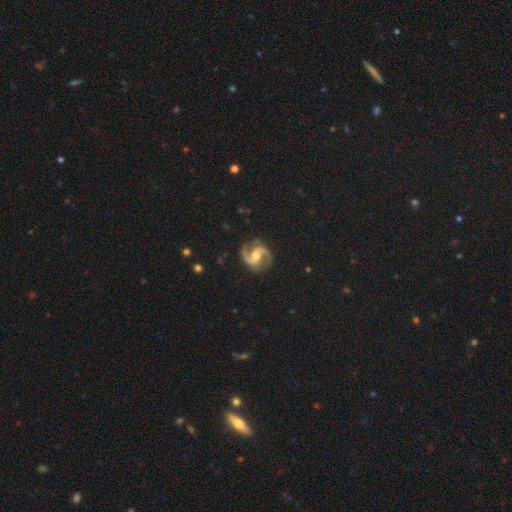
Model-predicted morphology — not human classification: A featured or disk galaxy (92%) with a weak bar (41%), 2 (94%) medium (60%) spiral arms (98%) and a moderate central bulge (68%). Merging: none (84%).